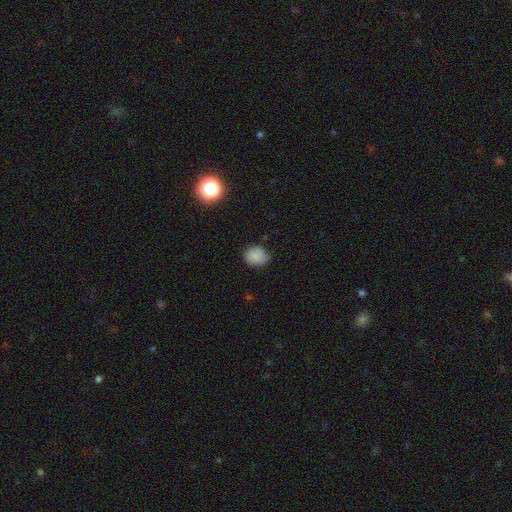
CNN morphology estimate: smooth_or_featured: smooth (p=0.84) [alt: star or artifact p=0.10]
how_rounded: round (p=0.58) [alt: in between p=0.41]
merging: none (p=0.74) [alt: minor disturbance p=0.21]